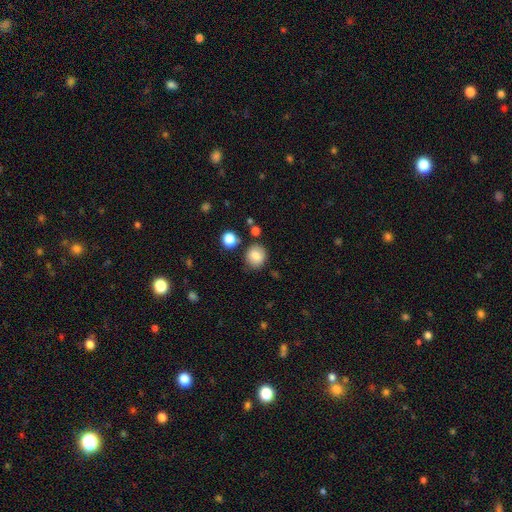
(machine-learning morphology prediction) A smooth galaxy with no disk features (81%) that is round (81%).

Vote fractions:
- Smooth or featured? smooth: 81% / star or artifact: 10% / featured or disk: 9%
- How rounded? round: 81% / in between: 18% / cigar-shaped: 1%
- Merging? none: 80% / minor disturbance: 12% / merger: 5% / major disturbance: 3%